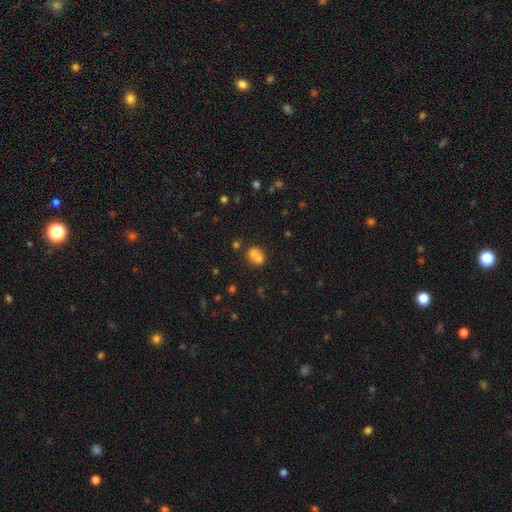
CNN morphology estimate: smooth-or-featured: smooth: 68% | featured or disk: 20% | star or artifact: 13%
  how-rounded: round: 67% | in between: 32% | cigar-shaped: 1%
  merging: merger: 61% | none: 28% | minor disturbance: 7% | major disturbance: 4%